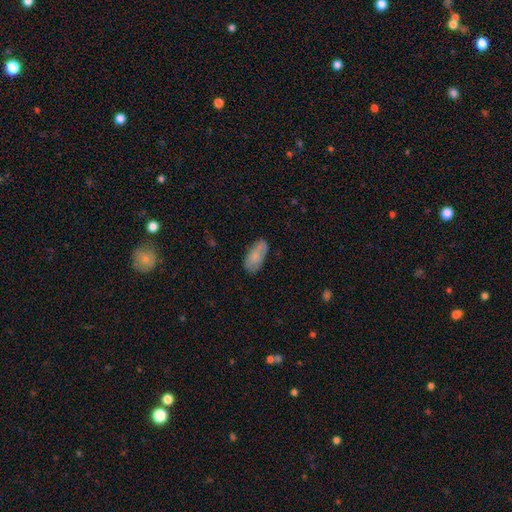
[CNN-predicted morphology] Q: Smooth or featured?
A: smooth (78%); runner-up: featured or disk (16%)
Q: How rounded?
A: in between (91%); runner-up: cigar-shaped (6%)
Q: Merging?
A: none (78%); runner-up: minor disturbance (18%)